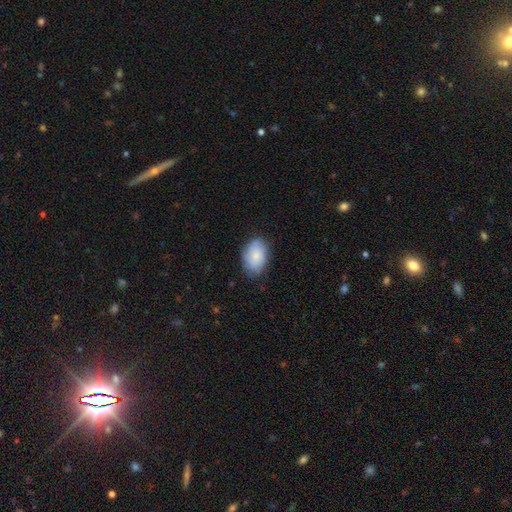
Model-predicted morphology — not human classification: A smooth galaxy with no disk features (73%) that is in between round and cigar-shaped (85%).

Vote fractions:
- Smooth or featured? smooth: 73% / featured or disk: 20% / star or artifact: 7%
- How rounded? in between: 85% / round: 14% / cigar-shaped: 1%
- Merging? none: 74% / minor disturbance: 20% / major disturbance: 5% / merger: 1%